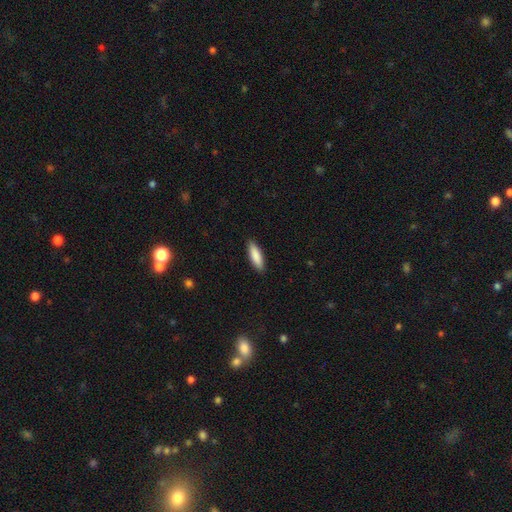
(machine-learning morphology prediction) Smooth or featured? smooth (87%)
How rounded? cigar-shaped (55%)
Merging? none (90%)